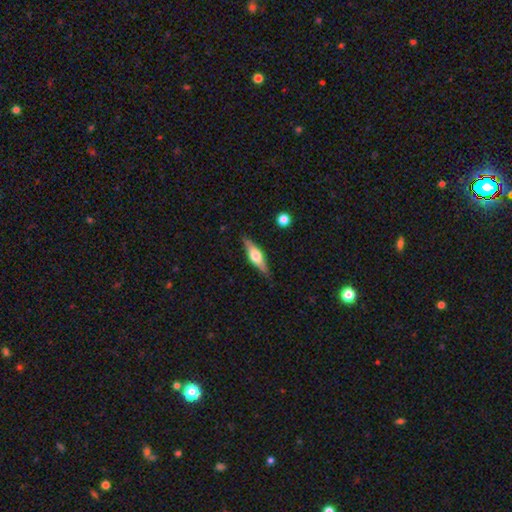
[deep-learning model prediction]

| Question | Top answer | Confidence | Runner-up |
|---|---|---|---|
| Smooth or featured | featured or disk | 56% | smooth (39%) |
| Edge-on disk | yes | 93% | no (7%) |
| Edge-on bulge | rounded | 91% | boxy (7%) |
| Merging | none | 85% | minor disturbance (11%) |